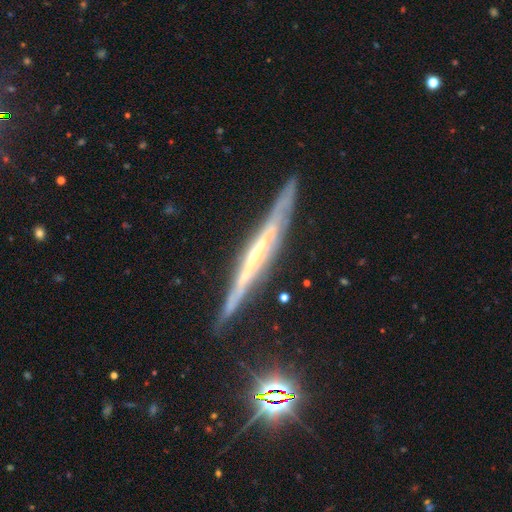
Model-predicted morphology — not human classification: Smooth or featured: featured or disk — 80% (smooth — 13%)
Edge-on disk: yes — 96% (no — 4%)
Edge-on bulge: none — 57% (rounded — 33%)
Merging: none — 85% (minor disturbance — 11%)